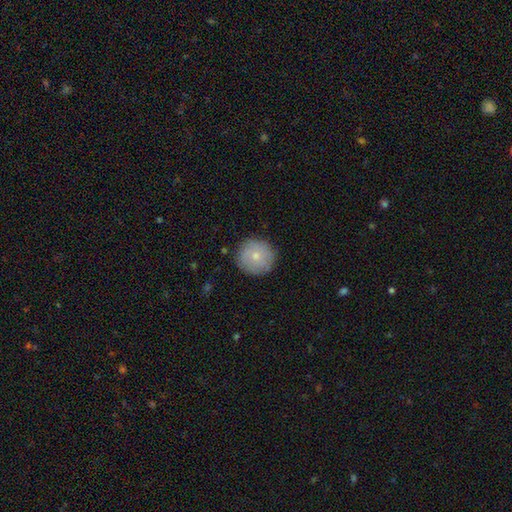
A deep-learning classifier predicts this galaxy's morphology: Q: Smooth or featured?
A: smooth (74%); runner-up: featured or disk (19%)
Q: How rounded?
A: round (94%); runner-up: in between (5%)
Q: Merging?
A: none (86%); runner-up: minor disturbance (10%)